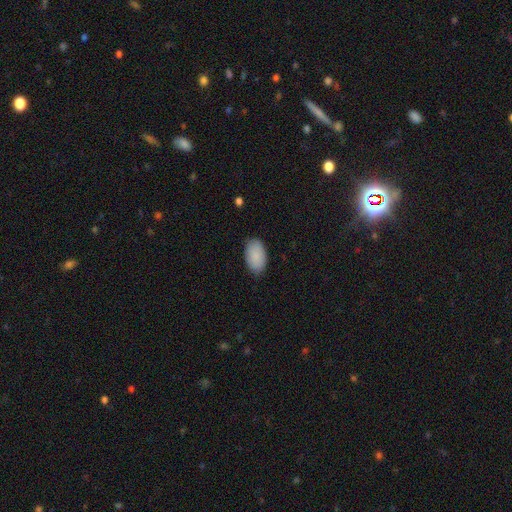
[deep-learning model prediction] Smooth or featured? smooth (89%)
How rounded? in between (94%)
Merging? none (84%)